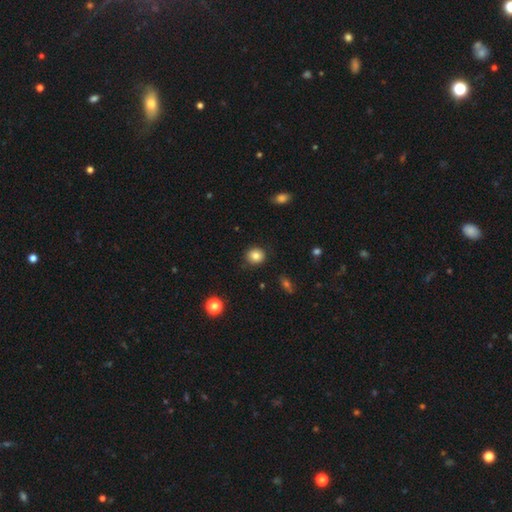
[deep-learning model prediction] smooth-or-featured: smooth: 83% | star or artifact: 10% | featured or disk: 7%
  how-rounded: round: 81% | in between: 18% | cigar-shaped: 1%
  merging: none: 87% | minor disturbance: 9% | major disturbance: 2% | merger: 1%